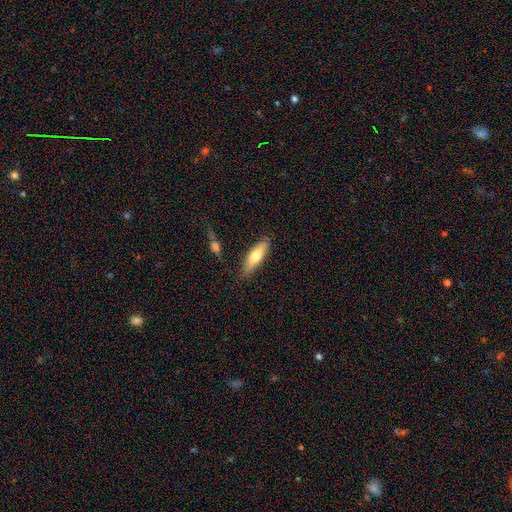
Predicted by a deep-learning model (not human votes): A smooth galaxy with no disk features (67%) that is cigar-shaped (55%).

Vote fractions:
- Smooth or featured? smooth: 67% / featured or disk: 27% / star or artifact: 6%
- How rounded? cigar-shaped: 55% / in between: 43% / round: 2%
- Merging? none: 79% / minor disturbance: 14% / merger: 4% / major disturbance: 3%